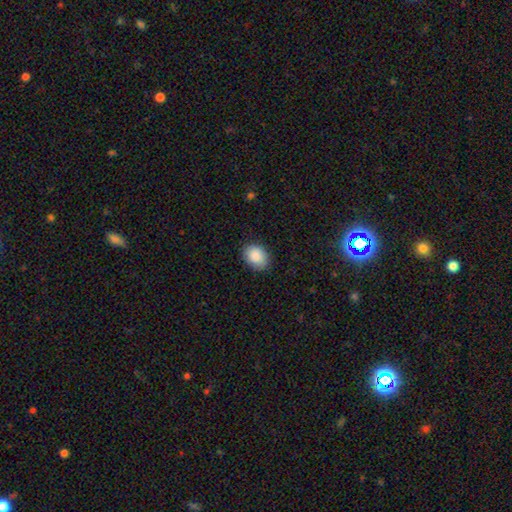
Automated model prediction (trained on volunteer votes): A smooth galaxy with no disk features (90%) that is in between round and cigar-shaped (69%).

Vote fractions:
- Smooth or featured? smooth: 90% / star or artifact: 7% / featured or disk: 4%
- How rounded? in between: 69% / round: 30% / cigar-shaped: 1%
- Merging? none: 85% / minor disturbance: 11% / major disturbance: 2% / merger: 1%